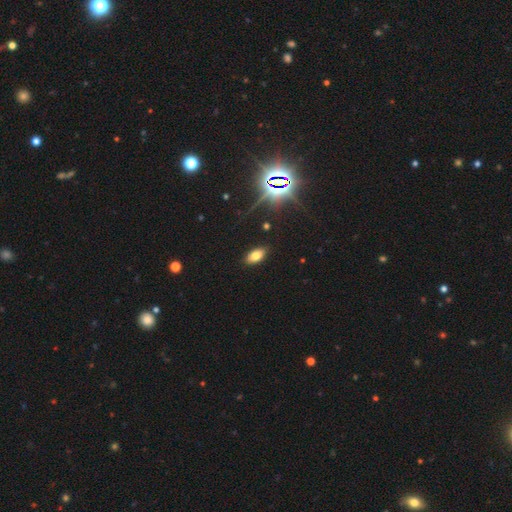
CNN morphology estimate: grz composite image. It shows a smooth galaxy with no disk features (74%) that is in between round and cigar-shaped (92%). Merging: none (89%).